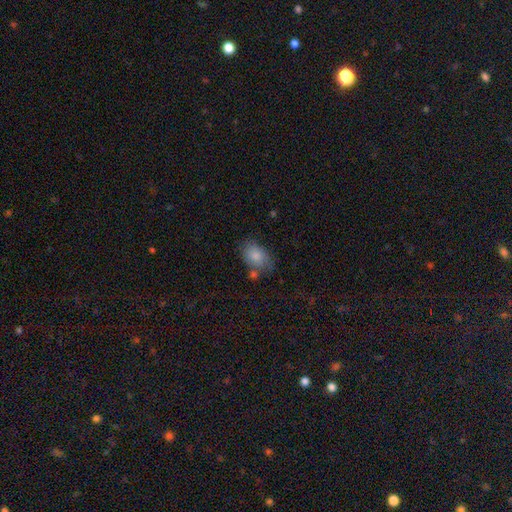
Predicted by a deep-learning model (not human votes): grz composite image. It shows a smooth galaxy with no disk features (83%) that is in between round and cigar-shaped (82%). Merging: none (62%).